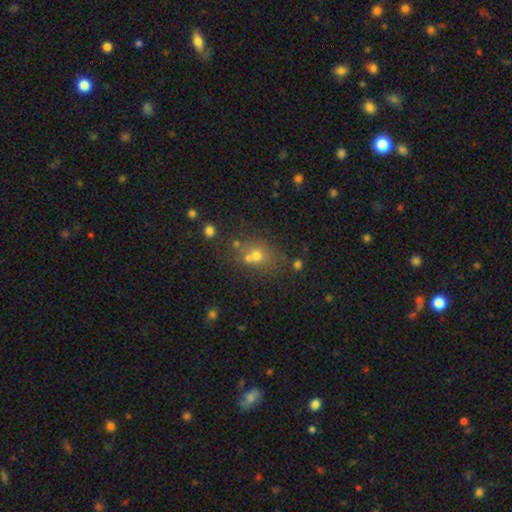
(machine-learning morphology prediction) Smooth or featured: smooth — 58% (star or artifact — 27%)
How rounded: round — 65% (in between — 34%)
Merging: none — 58% (merger — 26%)